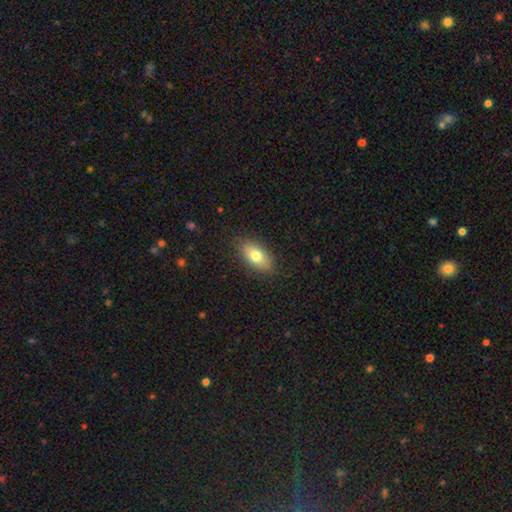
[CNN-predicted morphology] This is likely a smooth galaxy (76%). How rounded: clearly in between (87%). Merging: clearly none (86%).